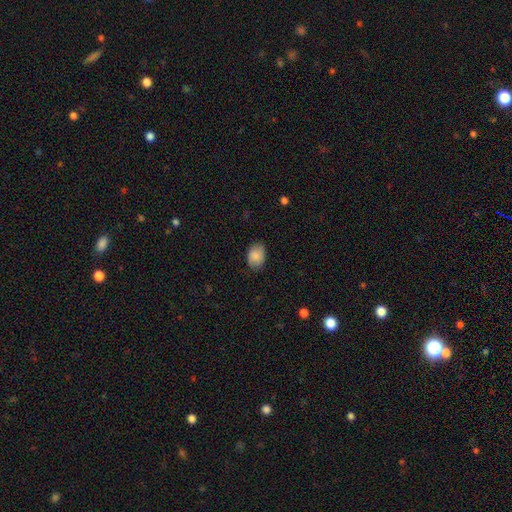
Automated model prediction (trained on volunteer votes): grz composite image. It shows a smooth galaxy with no disk features (85%) that is in between round and cigar-shaped (77%). Merging: none (81%).